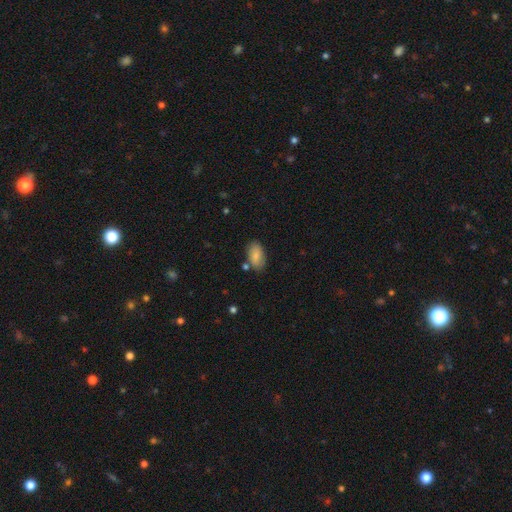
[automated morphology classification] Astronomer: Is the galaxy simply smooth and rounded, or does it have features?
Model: smooth — 83%.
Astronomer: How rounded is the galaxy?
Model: in between — 93%.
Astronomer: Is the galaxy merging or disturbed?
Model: none — 77%.